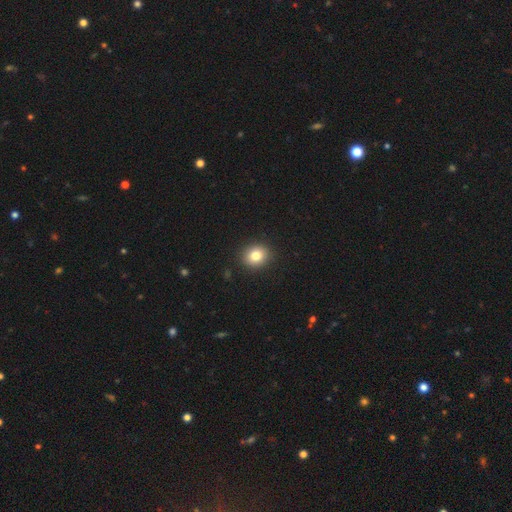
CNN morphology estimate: A smooth galaxy with no disk features (81%) that is round (72%).

Vote fractions:
- Smooth or featured? smooth: 81% / star or artifact: 11% / featured or disk: 8%
- How rounded? round: 72% / in between: 27% / cigar-shaped: 1%
- Merging? none: 91% / minor disturbance: 6% / major disturbance: 2% / merger: 1%